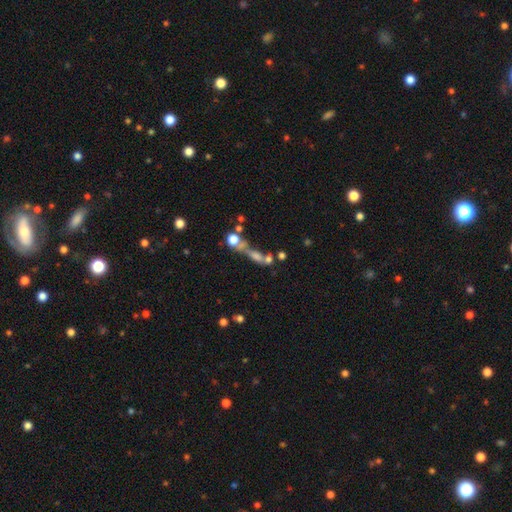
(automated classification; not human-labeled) smooth-or-featured: smooth: 36% | featured or disk: 34% | star or artifact: 29%
  merging: merger: 38% | none: 34% | major disturbance: 17% | minor disturbance: 11%